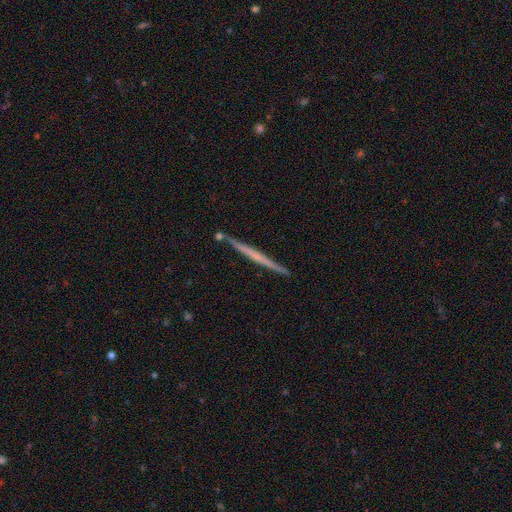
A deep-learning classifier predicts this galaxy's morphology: This appears to be a featured or disk galaxy (59%) viewed edge-on (98%) with no central bulge (83%). Merging: none (90%).